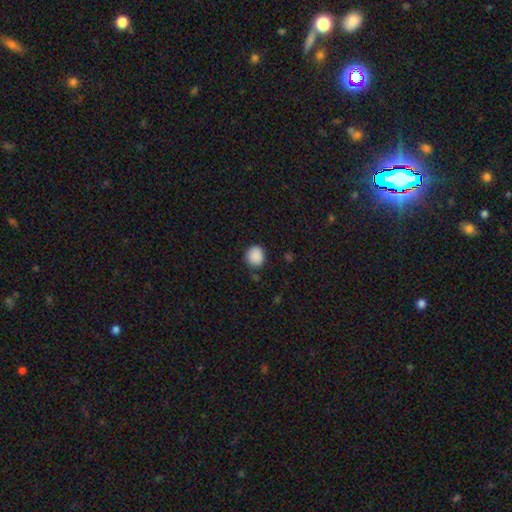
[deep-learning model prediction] Q: Smooth or featured?
A: smooth (89%); runner-up: star or artifact (9%)
Q: How rounded?
A: round (82%); runner-up: in between (17%)
Q: Merging?
A: none (80%); runner-up: minor disturbance (14%)